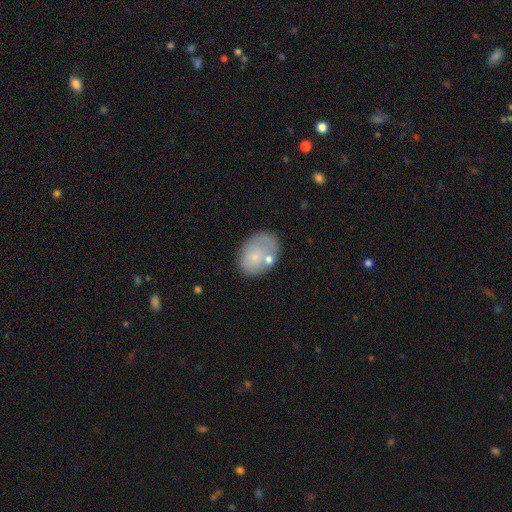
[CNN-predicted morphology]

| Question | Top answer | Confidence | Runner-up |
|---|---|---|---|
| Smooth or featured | smooth | 63% | featured or disk (28%) |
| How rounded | in between | 79% | round (20%) |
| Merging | none | 54% | minor disturbance (24%) |